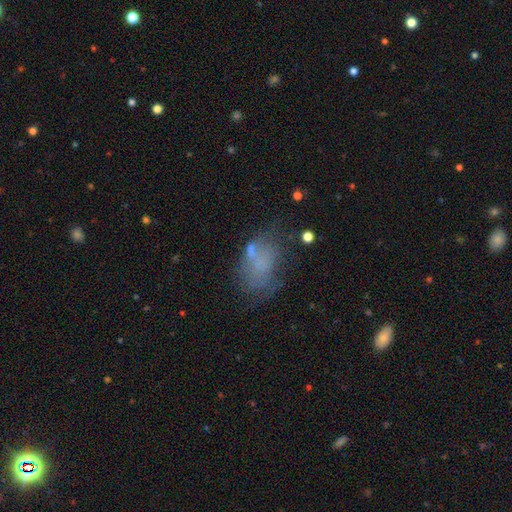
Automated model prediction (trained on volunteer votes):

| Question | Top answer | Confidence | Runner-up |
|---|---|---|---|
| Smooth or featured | smooth | 50% | featured or disk (34%) |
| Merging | none | 37% | major disturbance (27%) |